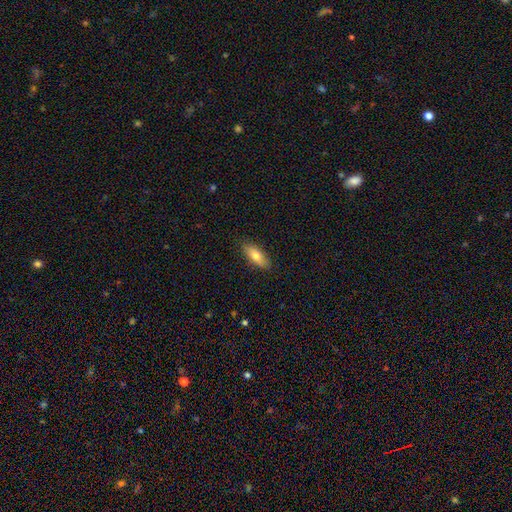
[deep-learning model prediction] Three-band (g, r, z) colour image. It shows a smooth galaxy with no disk features (75%) that is in between round and cigar-shaped (73%). Merging: none (87%).